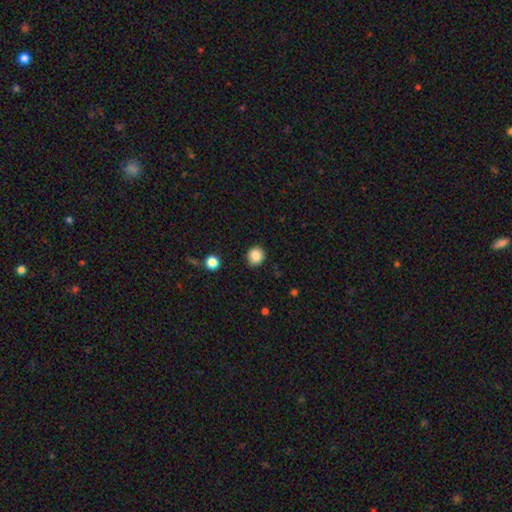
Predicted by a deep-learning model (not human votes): A smooth galaxy with no disk features (86%) that is round (82%).

Vote fractions:
- Smooth or featured? smooth: 86% / star or artifact: 10% / featured or disk: 4%
- How rounded? round: 82% / in between: 17% / cigar-shaped: 1%
- Merging? none: 87% / minor disturbance: 9% / major disturbance: 2% / merger: 1%